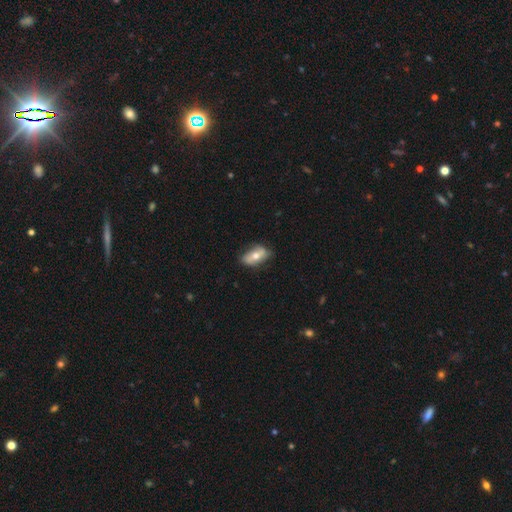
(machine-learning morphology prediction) Smooth or featured? smooth (51%)
How rounded? in between (87%)
Merging? none (71%)